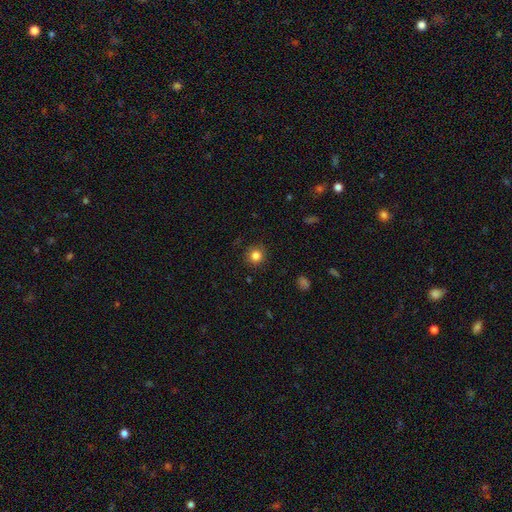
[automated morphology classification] Overall: smooth (83%). How rounded: round (93%). Merging: none (90%).